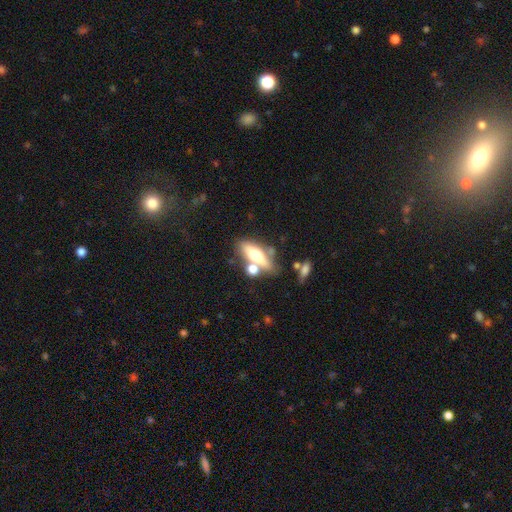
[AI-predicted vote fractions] A smooth galaxy with no disk features (50%). Merging: none (55%).